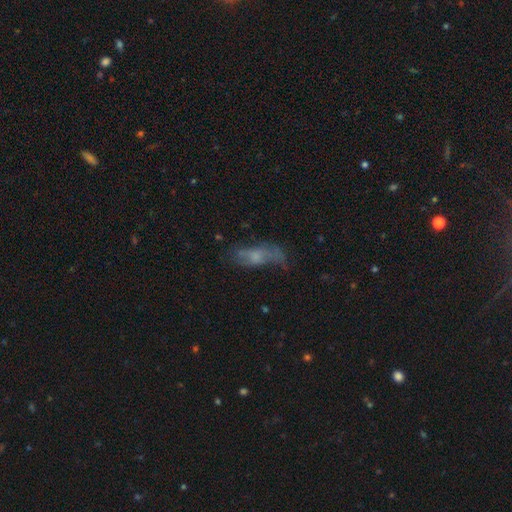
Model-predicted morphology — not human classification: Q: Smooth or featured?
A: smooth (47%); runner-up: featured or disk (41%)
Q: Merging?
A: none (39%); runner-up: major disturbance (29%)